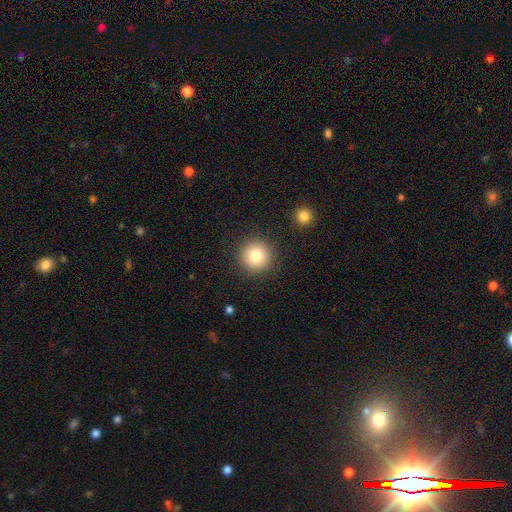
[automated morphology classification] The model was most divided on "smooth or featured": smooth: 78%, star or artifact: 11%, featured or disk: 10%. More confident: how rounded — round (95%); merging — none (90%).